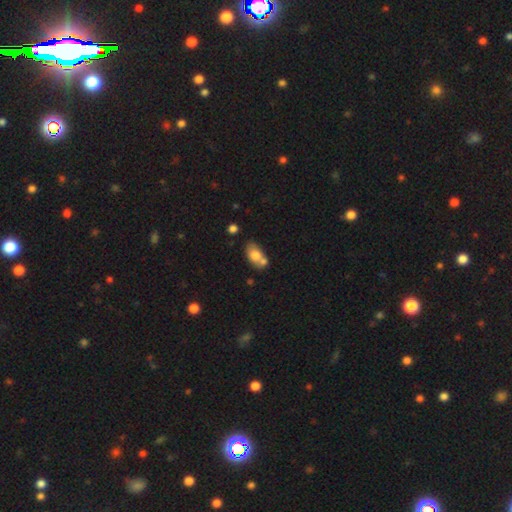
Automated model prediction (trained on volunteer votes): Smooth or featured? Predicted: smooth (p=0.74). How rounded? Predicted: in between (p=0.86). Merging? Predicted: none (p=0.42).